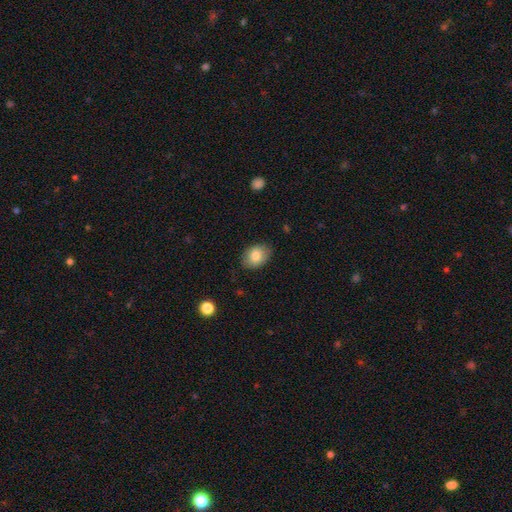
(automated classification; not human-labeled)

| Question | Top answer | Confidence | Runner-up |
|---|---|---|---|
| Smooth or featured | smooth | 82% | featured or disk (11%) |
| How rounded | in between | 78% | round (21%) |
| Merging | none | 83% | minor disturbance (13%) |